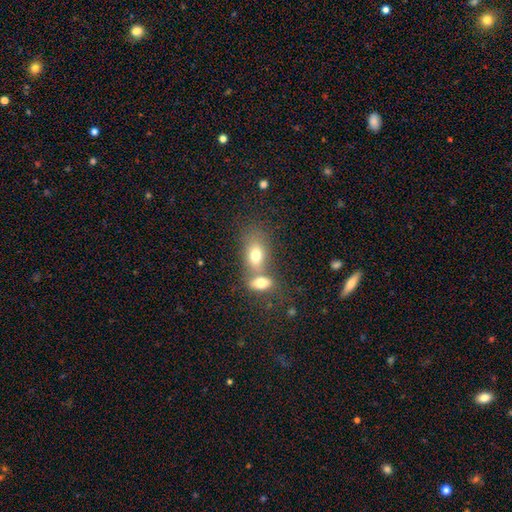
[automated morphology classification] This is likely a smooth galaxy (74%). How rounded: clearly in between (83%). Merging: possibly merger (55%).